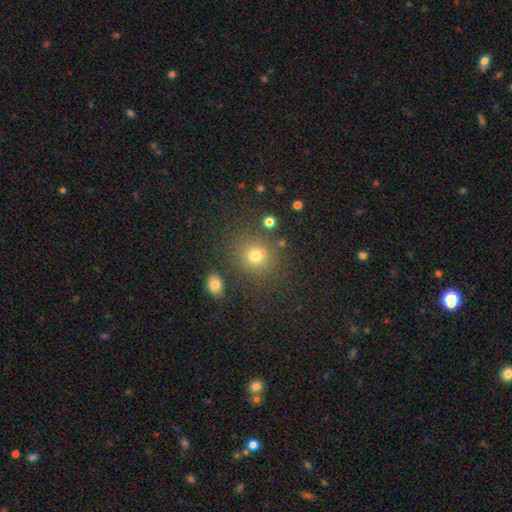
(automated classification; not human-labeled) smooth_or_featured: smooth (p=0.71) [alt: star or artifact p=0.19]
how_rounded: round (p=0.79) [alt: in between p=0.20]
merging: none (p=0.75) [alt: minor disturbance p=0.11]